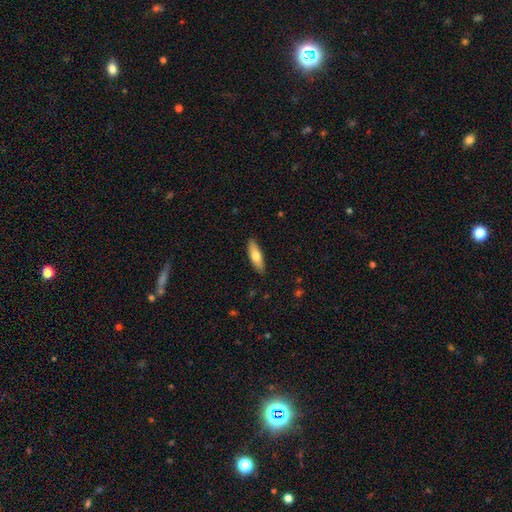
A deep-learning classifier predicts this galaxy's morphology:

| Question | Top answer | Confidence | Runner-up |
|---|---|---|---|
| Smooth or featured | smooth | 70% | featured or disk (25%) |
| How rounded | in between | 49% | tied: cigar-shaped (49%) |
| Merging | none | 88% | minor disturbance (9%) |